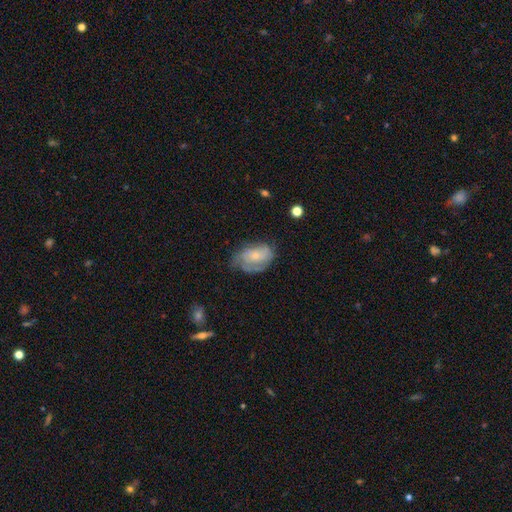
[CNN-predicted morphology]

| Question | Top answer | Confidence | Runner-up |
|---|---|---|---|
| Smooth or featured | featured or disk | 55% | smooth (37%) |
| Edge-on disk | no | 96% | yes (4%) |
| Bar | no | 76% | weak (20%) |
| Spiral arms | yes | 75% | no (25%) |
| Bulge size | small | 60% | moderate (30%) |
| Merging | none | 49% | minor disturbance (31%) |